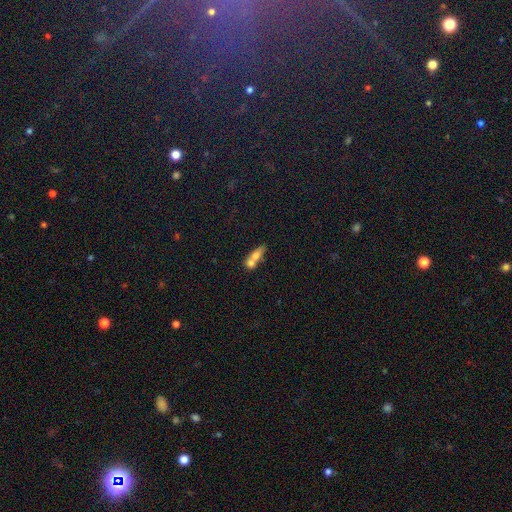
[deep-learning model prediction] A smooth galaxy with no disk features (64%) that is in between round and cigar-shaped (56%).

Vote fractions:
- Smooth or featured? smooth: 64% / featured or disk: 27% / star or artifact: 9%
- How rounded? in between: 56% / cigar-shaped: 26% / round: 17%
- Merging? merger: 63% / none: 23% / minor disturbance: 9% / major disturbance: 5%